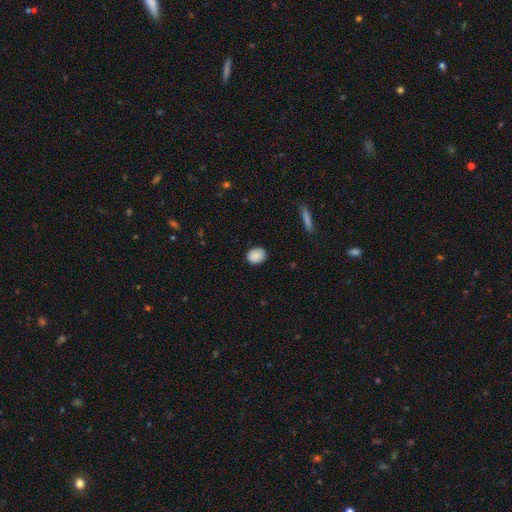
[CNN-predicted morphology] This appears to be a smooth galaxy with no disk features (89%) that is in between round and cigar-shaped (50%). Merging: none (87%).